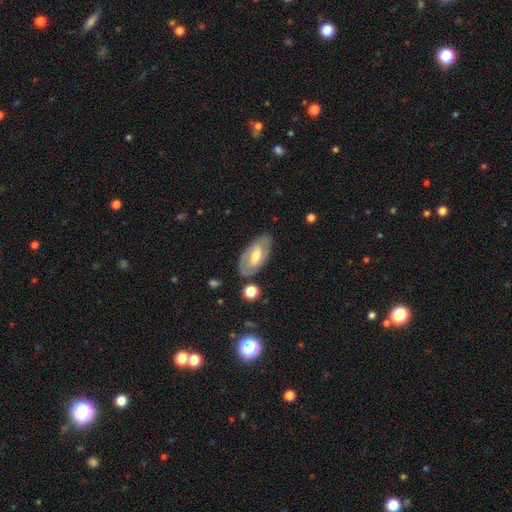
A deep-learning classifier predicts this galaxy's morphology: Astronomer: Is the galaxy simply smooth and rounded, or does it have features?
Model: featured or disk — 65%.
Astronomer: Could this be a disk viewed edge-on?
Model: no — 90%.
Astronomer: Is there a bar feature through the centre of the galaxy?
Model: weak — 44% (runner-up: strong, 30%).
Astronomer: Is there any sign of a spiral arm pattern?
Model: yes — 63%.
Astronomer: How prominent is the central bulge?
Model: moderate — 64%.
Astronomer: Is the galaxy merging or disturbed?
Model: none — 77%.